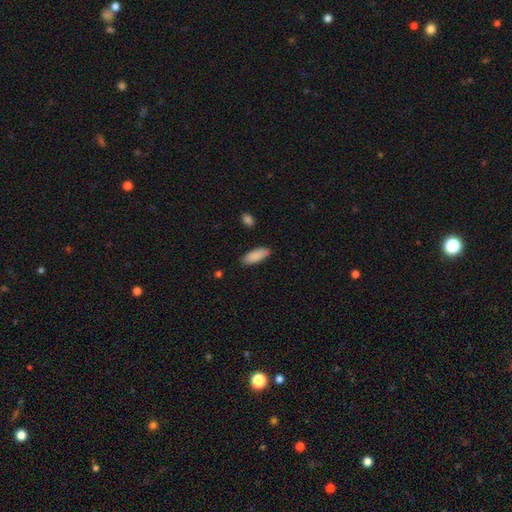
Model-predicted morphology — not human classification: smooth_or_featured: smooth (p=0.89) [alt: star or artifact p=0.06]
how_rounded: in between (p=0.76) [alt: cigar-shaped p=0.23]
merging: none (p=0.86) [alt: minor disturbance p=0.10]